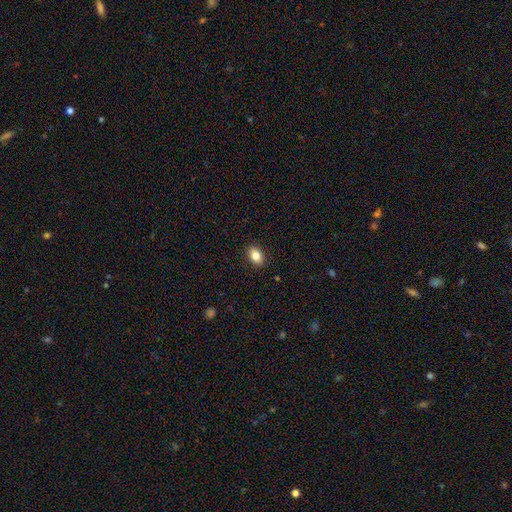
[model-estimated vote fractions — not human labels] The model was most divided on "how rounded": in between: 85%, round: 14%, cigar-shaped: 2%. More confident: merging — none (90%); smooth or featured — smooth (84%).